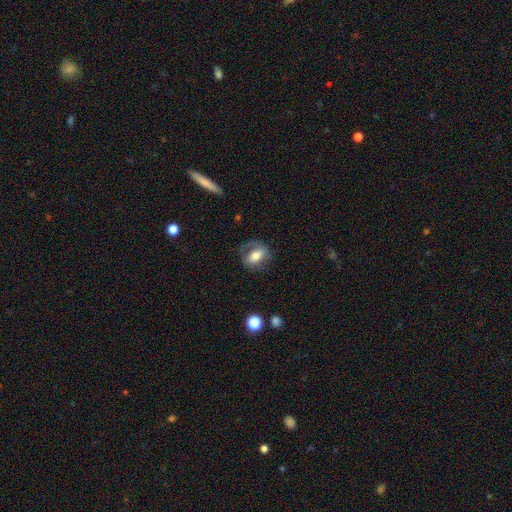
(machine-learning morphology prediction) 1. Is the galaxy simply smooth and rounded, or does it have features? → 54% smooth, 38% featured or disk, 8% star or artifact.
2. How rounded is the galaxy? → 72% in between, 25% round, 3% cigar-shaped.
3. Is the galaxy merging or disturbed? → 63% none, 20% minor disturbance, 15% major disturbance, 2% merger.